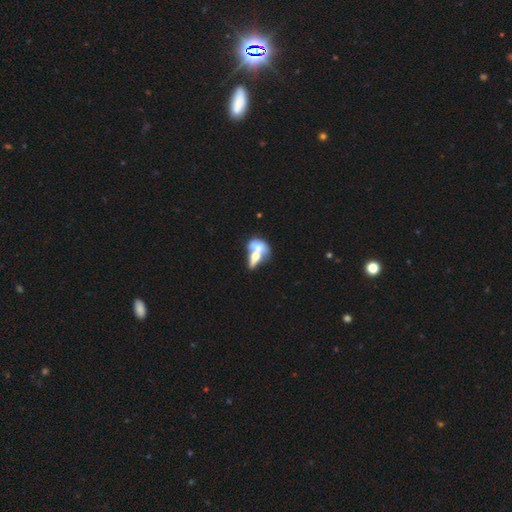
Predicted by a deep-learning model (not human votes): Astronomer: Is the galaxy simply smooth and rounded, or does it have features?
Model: smooth — 50% (runner-up: featured or disk, 42%).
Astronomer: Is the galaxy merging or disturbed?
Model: merger — 70%.